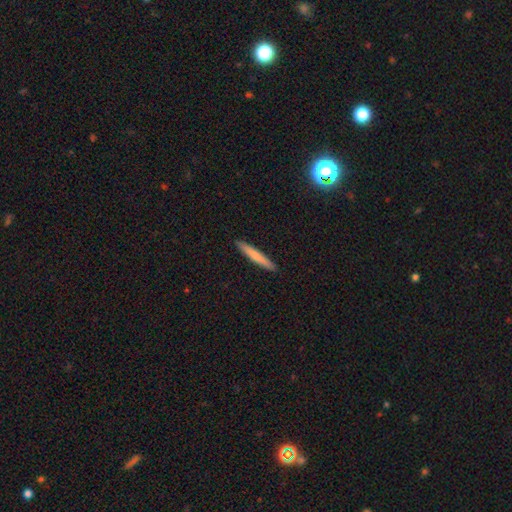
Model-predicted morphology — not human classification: A smooth galaxy with no disk features (71%) that is cigar-shaped (96%).

Vote fractions:
- Smooth or featured? smooth: 71% / featured or disk: 24% / star or artifact: 5%
- How rounded? cigar-shaped: 96% / in between: 3% / round: 1%
- Merging? none: 92% / minor disturbance: 5% / major disturbance: 1% / merger: 1%